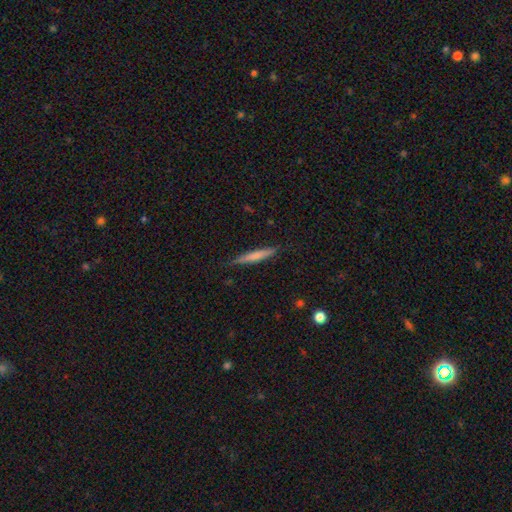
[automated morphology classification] smooth_or_featured: smooth (p=0.62) [alt: featured or disk p=0.32]
how_rounded: cigar-shaped (p=0.94) [alt: in between p=0.05]
merging: none (p=0.84) [alt: minor disturbance p=0.12]